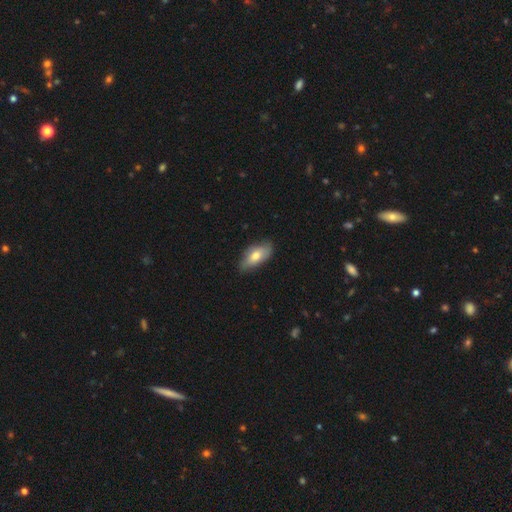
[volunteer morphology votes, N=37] Smooth or featured: smooth — 62% (featured or disk — 38%)
How rounded: in between — 83% (cigar-shaped — 17%)
Merging: none — 65% (minor disturbance — 24%)